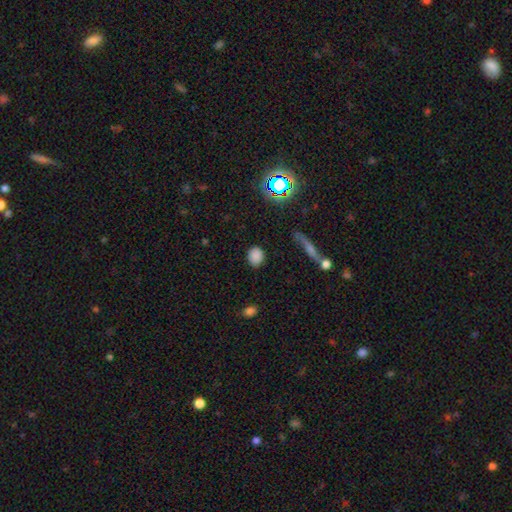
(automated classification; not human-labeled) Overall: smooth (82%). How rounded: round (66%; in between 32%). Merging: none (85%).